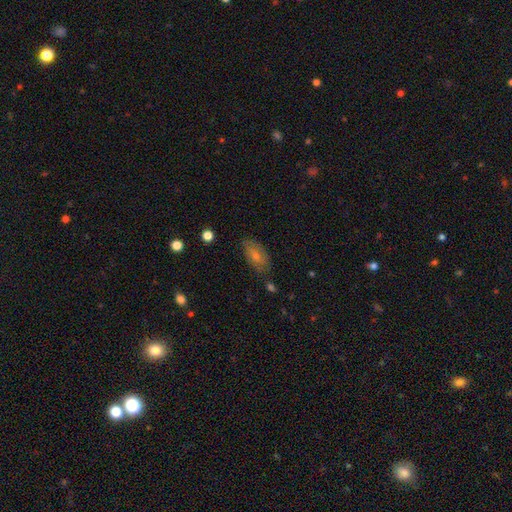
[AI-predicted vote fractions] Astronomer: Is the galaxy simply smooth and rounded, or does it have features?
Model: smooth — 57%.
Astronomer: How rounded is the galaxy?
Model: in between — 87%.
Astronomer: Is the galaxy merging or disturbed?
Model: none — 76%.